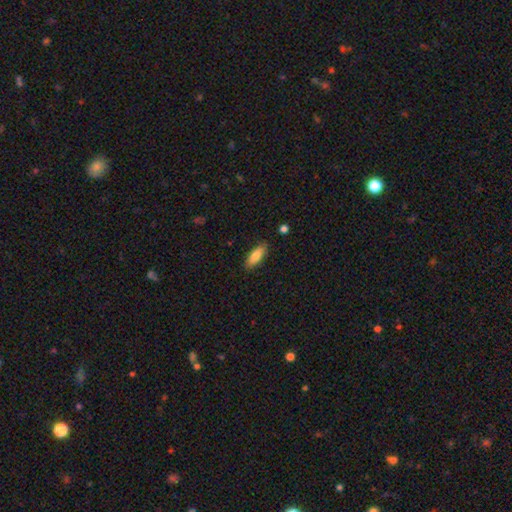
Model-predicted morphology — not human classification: smooth_or_featured: smooth (p=0.82) [alt: featured or disk p=0.11]
how_rounded: in between (p=0.72) [alt: cigar-shaped p=0.26]
merging: none (p=0.85) [alt: minor disturbance p=0.12]